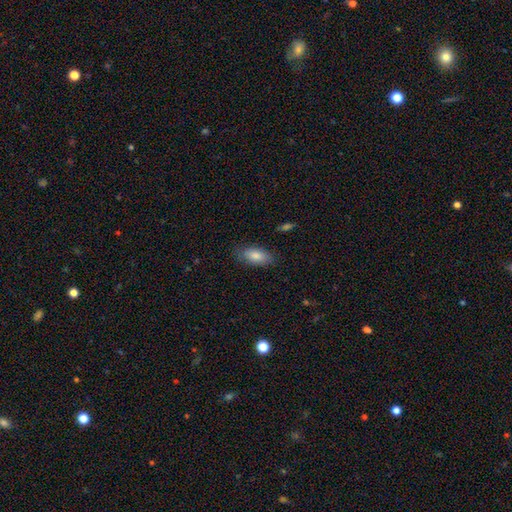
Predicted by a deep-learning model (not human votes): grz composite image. It shows a smooth galaxy with no disk features (84%) that is in between round and cigar-shaped (88%). Merging: none (82%).